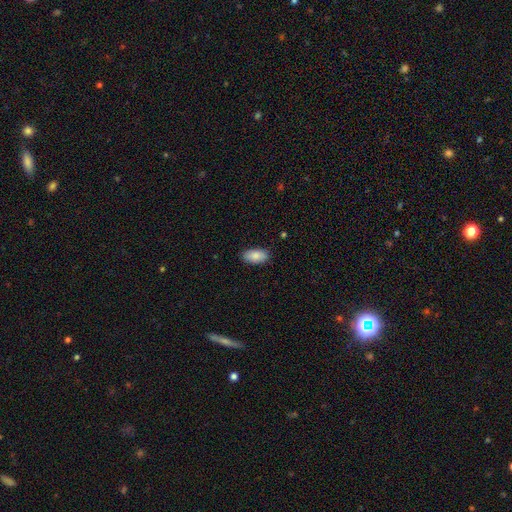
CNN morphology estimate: Smooth or featured? smooth (87%)
How rounded? in between (94%)
Merging? none (87%)